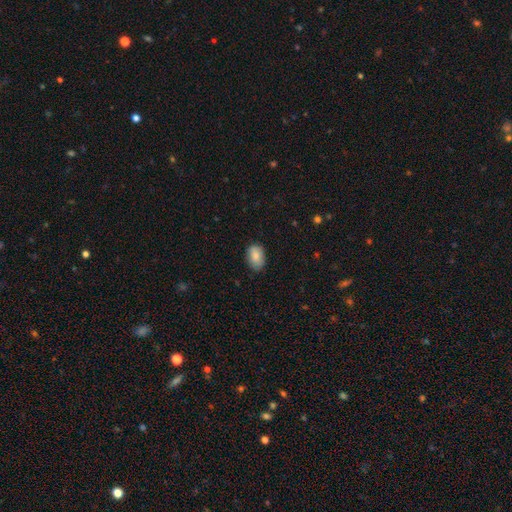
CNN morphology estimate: This is clearly a smooth galaxy (84%). How rounded: clearly in between (86%). Merging: likely none (79%).